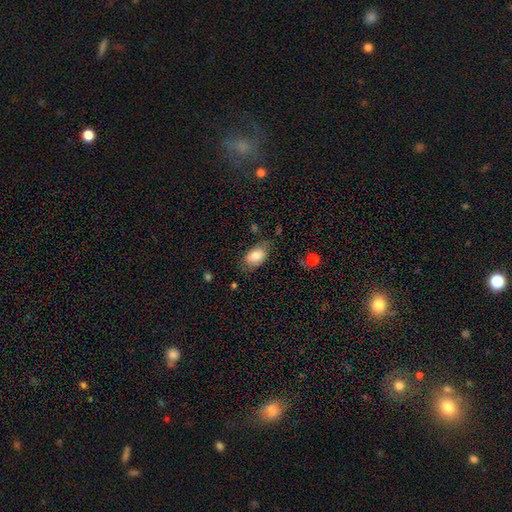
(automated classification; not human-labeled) Morphology: type=smooth (80%); roundness=in between (89%); merging=none (70%).